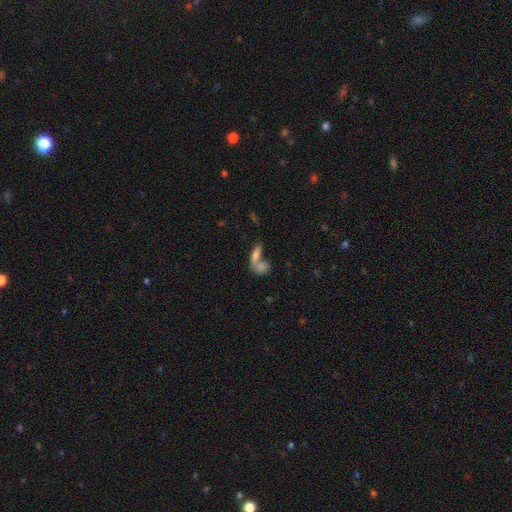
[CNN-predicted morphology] This is likely a smooth galaxy (72%). How rounded: likely in between (61%). Merging: possibly merger (56%).